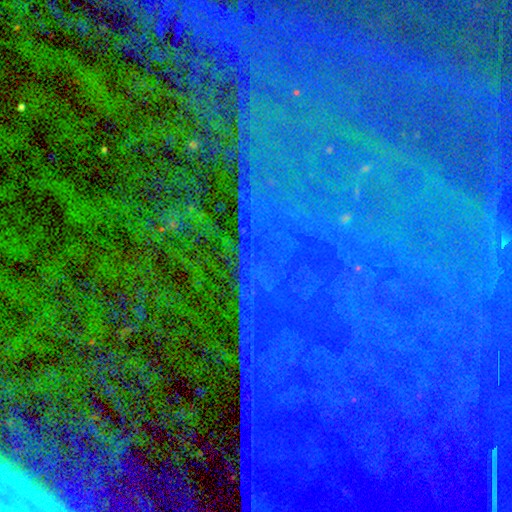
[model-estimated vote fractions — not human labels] A star or artifact, not a galaxy (84%).

Vote fractions:
- Smooth or featured? star or artifact: 84% / featured or disk: 9% / smooth: 7%